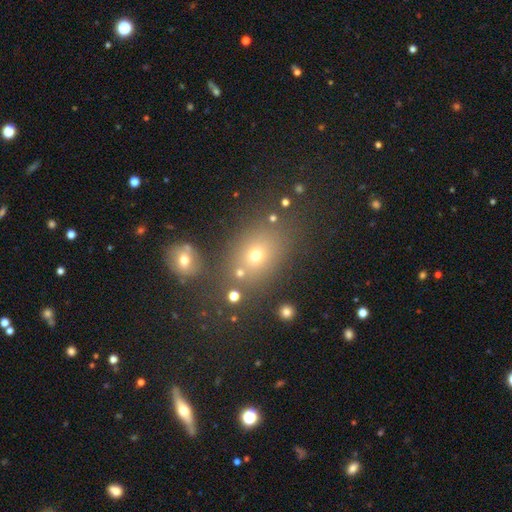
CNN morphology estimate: This appears to be a smooth galaxy with no disk features (64%) that is in between round and cigar-shaped (55%). Merging: none (70%).